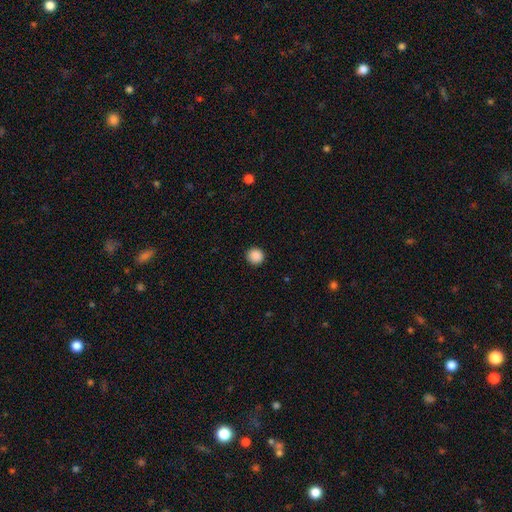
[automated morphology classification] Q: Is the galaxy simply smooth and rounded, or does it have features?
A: smooth — 89%.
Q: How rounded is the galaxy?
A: round — 94%.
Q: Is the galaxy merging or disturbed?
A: none — 92%.